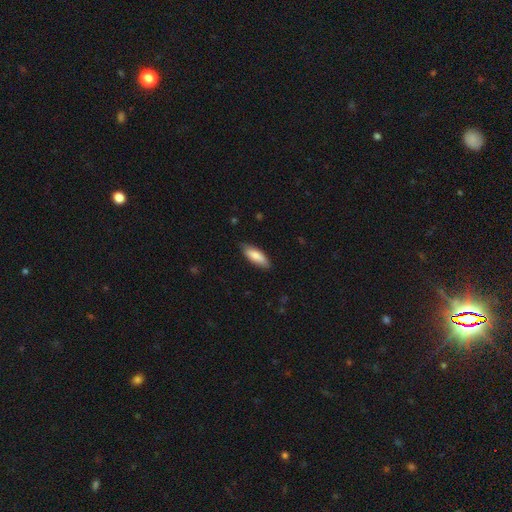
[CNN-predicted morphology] smooth-or-featured: smooth: 82% | featured or disk: 13% | star or artifact: 5%
  how-rounded: in between: 65% | cigar-shaped: 33% | round: 2%
  merging: none: 83% | minor disturbance: 14% | major disturbance: 2% | merger: 1%